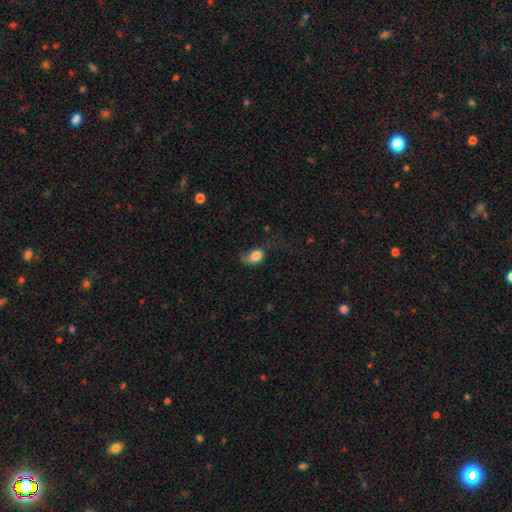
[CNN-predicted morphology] Q: Smooth or featured?
A: smooth (77%); runner-up: featured or disk (15%)
Q: How rounded?
A: in between (81%); runner-up: round (17%)
Q: Merging?
A: major disturbance (38%); runner-up: none (30%)